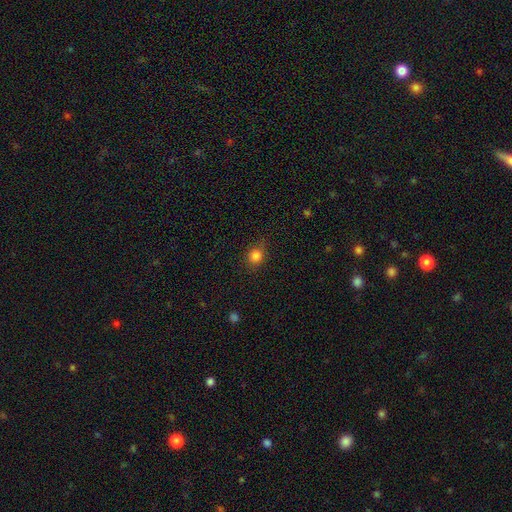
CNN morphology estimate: smooth-or-featured: smooth: 82% | star or artifact: 13% | featured or disk: 5%
  how-rounded: round: 80% | in between: 19% | cigar-shaped: 1%
  merging: none: 79% | minor disturbance: 16% | major disturbance: 4% | merger: 1%